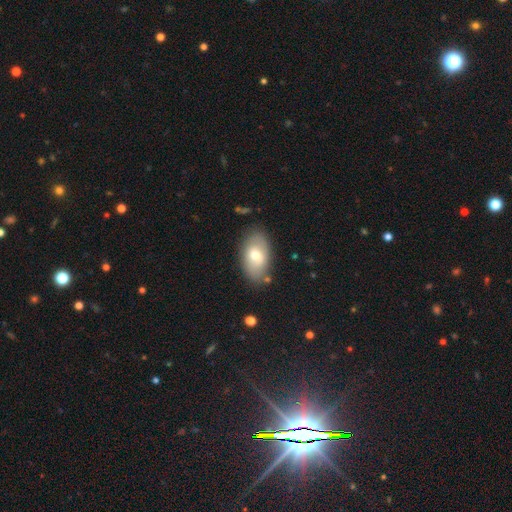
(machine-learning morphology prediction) smooth-or-featured: smooth: 69% | featured or disk: 25% | star or artifact: 7%
  how-rounded: in between: 93% | round: 5% | cigar-shaped: 2%
  merging: none: 79% | minor disturbance: 14% | major disturbance: 3% | merger: 3%